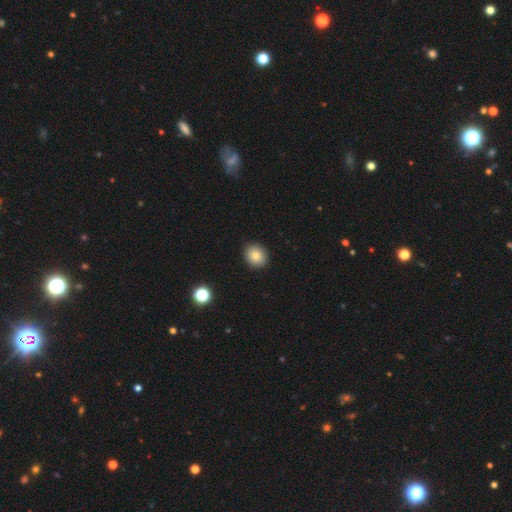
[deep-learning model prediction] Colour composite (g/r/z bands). It shows a smooth galaxy with no disk features (81%) that is round (79%). Merging: none (91%).